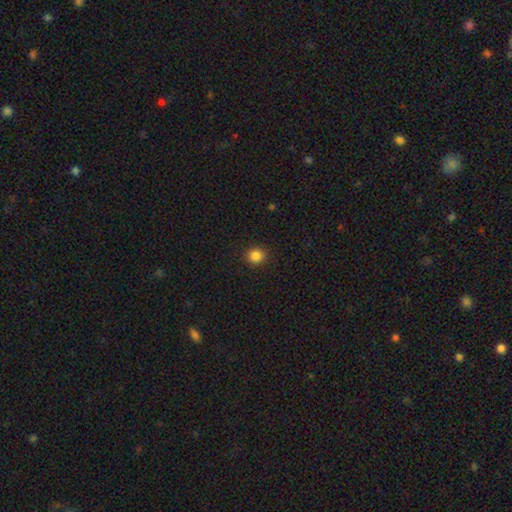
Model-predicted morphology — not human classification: Q: Smooth or featured?
A: smooth (86%); runner-up: star or artifact (11%)
Q: How rounded?
A: round (90%); runner-up: in between (9%)
Q: Merging?
A: none (91%); runner-up: minor disturbance (6%)